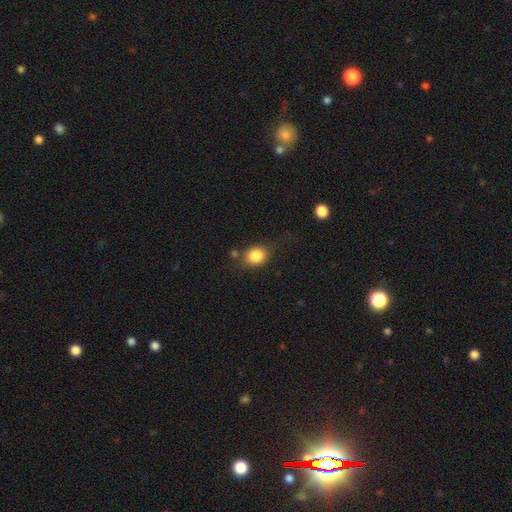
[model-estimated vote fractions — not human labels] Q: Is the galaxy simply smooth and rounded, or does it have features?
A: smooth — 83%.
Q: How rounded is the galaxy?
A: round — 57%.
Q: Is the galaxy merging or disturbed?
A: none — 65%.